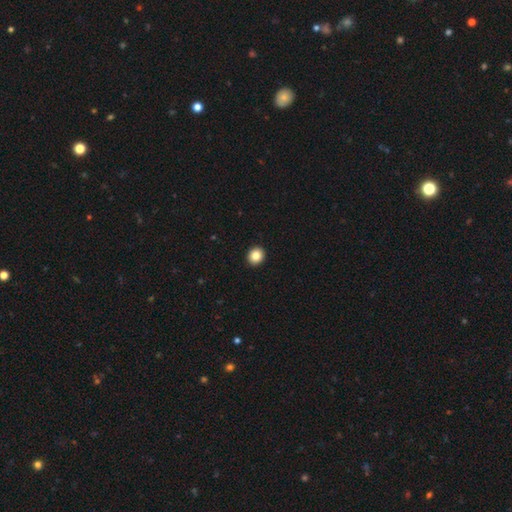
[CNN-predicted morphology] smooth_or_featured: smooth (p=0.86) [alt: star or artifact p=0.09]
how_rounded: round (p=0.79) [alt: in between p=0.20]
merging: none (p=0.94) [alt: minor disturbance p=0.04]